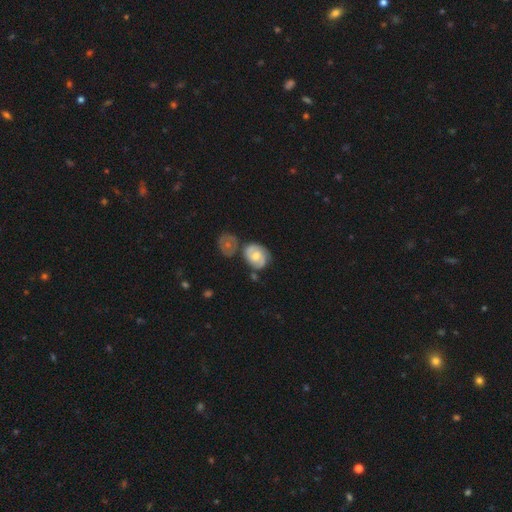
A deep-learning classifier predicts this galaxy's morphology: A featured or disk galaxy (66%) with no bar (59%), 2 (70%) tight (51%) spiral arms (88%) and a moderate central bulge (64%). Merging: none (55%).